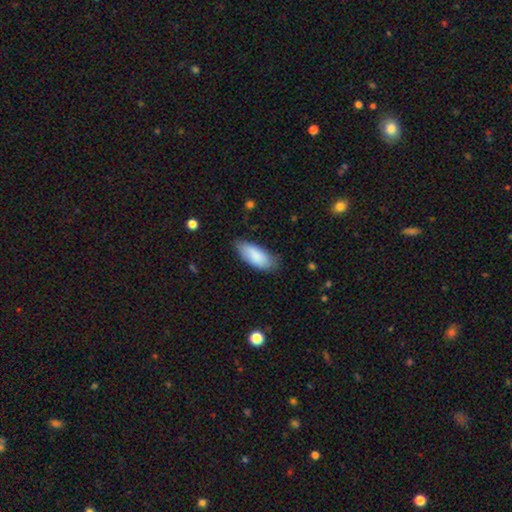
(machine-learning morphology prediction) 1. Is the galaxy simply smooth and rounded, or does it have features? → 87% smooth, 7% featured or disk, 6% star or artifact.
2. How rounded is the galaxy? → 83% in between, 15% cigar-shaped, 2% round.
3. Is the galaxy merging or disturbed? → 74% none, 21% minor disturbance, 4% major disturbance, 1% merger.